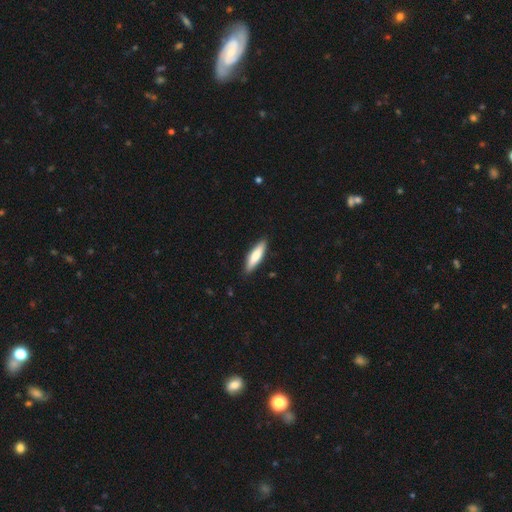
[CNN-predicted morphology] A smooth galaxy with no disk features (74%) that is cigar-shaped (68%). Merging: none (88%).